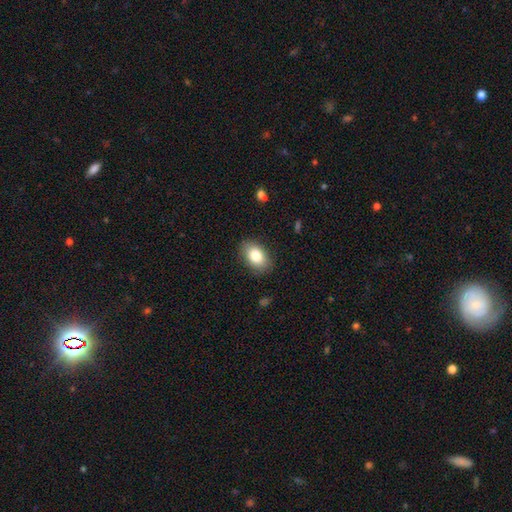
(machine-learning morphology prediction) The model was most divided on "smooth or featured": smooth: 82%, featured or disk: 10%, star or artifact: 8%. More confident: how rounded — in between (87%); merging — none (86%).